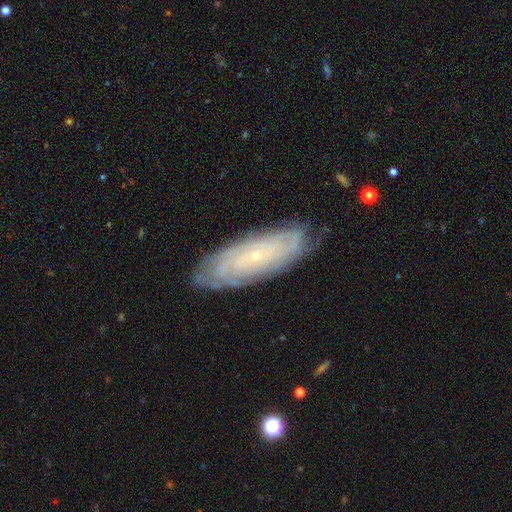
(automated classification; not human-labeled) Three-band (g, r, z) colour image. It shows a featured or disk galaxy (77%) with no bar (77%), tight (80%) spiral arms (93%) and a small central bulge (88%). Merging: none (82%).